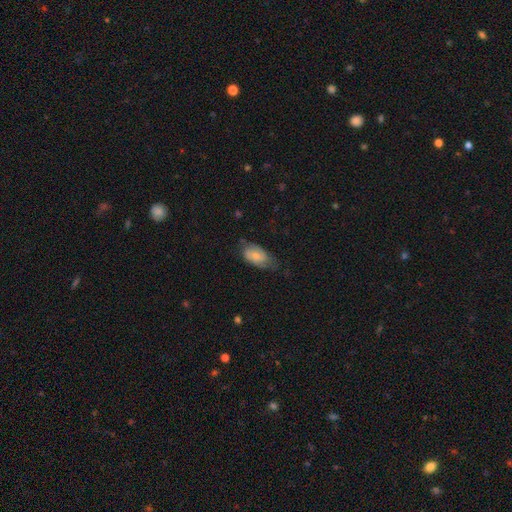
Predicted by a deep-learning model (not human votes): smooth-or-featured: smooth: 57% | featured or disk: 37% | star or artifact: 7%
  how-rounded: in between: 91% | round: 5% | cigar-shaped: 3%
  merging: none: 52% | minor disturbance: 34% | major disturbance: 12% | merger: 2%